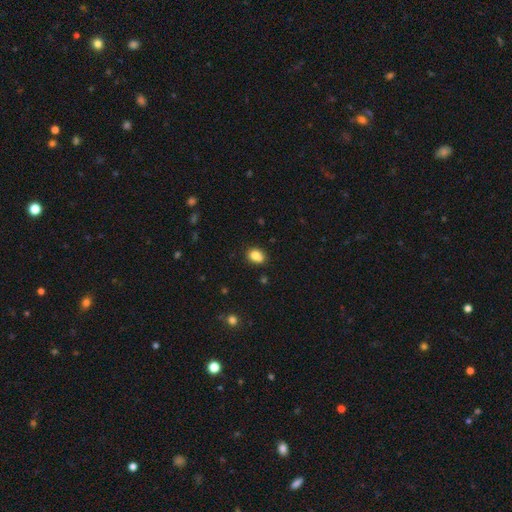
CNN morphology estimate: smooth 81%, star or artifact 10%, featured or disk 8%. Down the decision tree: how rounded — in between (53%); merging — none (60%).